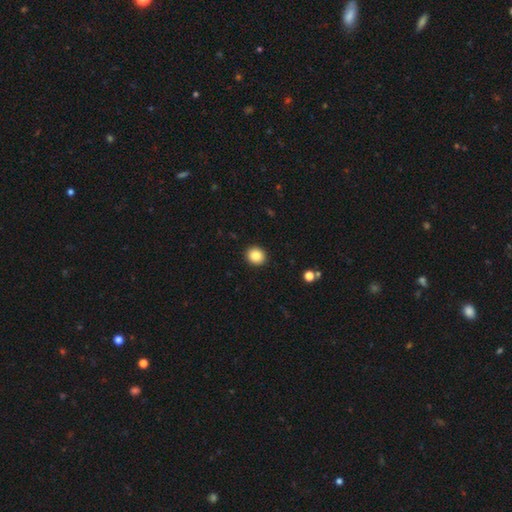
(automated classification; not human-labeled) Smooth or featured? Predicted: smooth (p=0.86). How rounded? Predicted: round (p=0.80). Merging? Predicted: none (p=0.92).